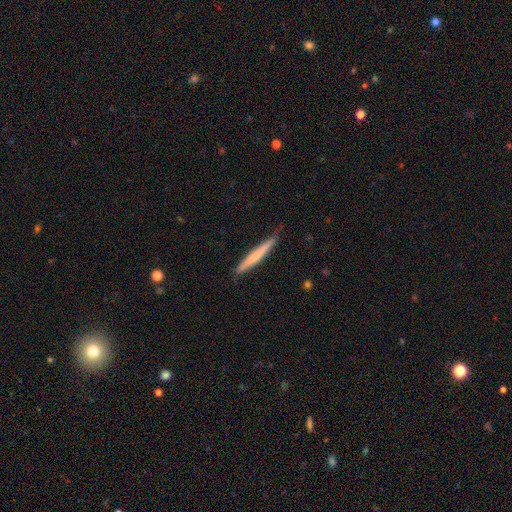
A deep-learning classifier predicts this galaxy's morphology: A smooth galaxy with no disk features (61%) that is cigar-shaped (96%).

Vote fractions:
- Smooth or featured? smooth: 61% / featured or disk: 34% / star or artifact: 5%
- How rounded? cigar-shaped: 96% / in between: 3% / round: 1%
- Merging? none: 83% / minor disturbance: 14% / major disturbance: 2% / merger: 1%